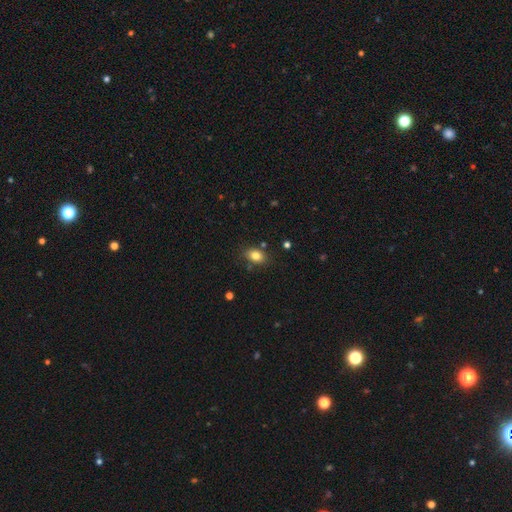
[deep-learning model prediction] smooth_or_featured: smooth (p=0.82) [alt: star or artifact p=0.10]
how_rounded: in between (p=0.75) [alt: round p=0.24]
merging: none (p=0.79) [alt: minor disturbance p=0.14]